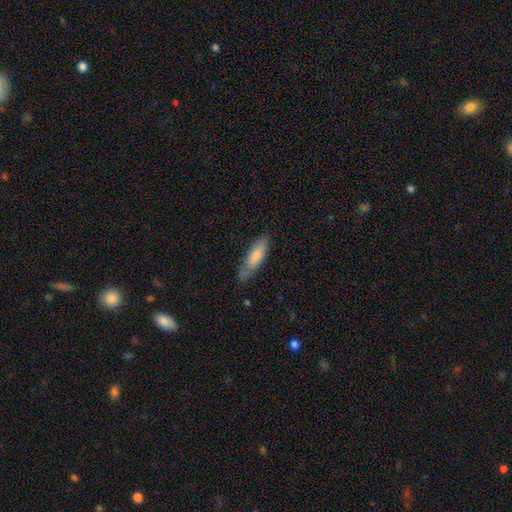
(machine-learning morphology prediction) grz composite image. It shows a smooth galaxy with no disk features (73%) that is cigar-shaped (63%). Merging: none (76%).